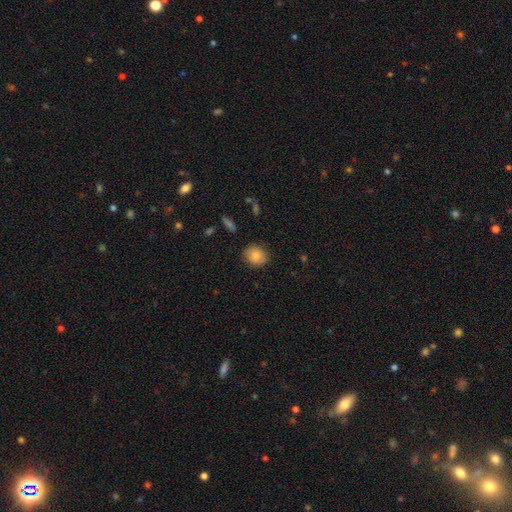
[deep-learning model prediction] Smooth or featured? smooth (86%)
How rounded? round (72%)
Merging? none (85%)